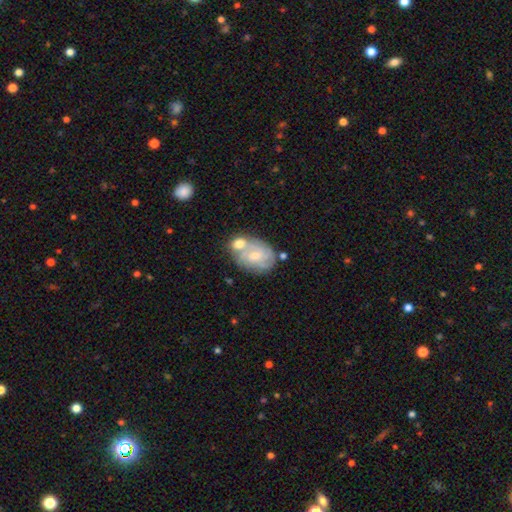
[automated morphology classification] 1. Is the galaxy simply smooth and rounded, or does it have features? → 68% featured or disk, 25% smooth, 7% star or artifact.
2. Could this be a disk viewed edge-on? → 97% no, 3% yes.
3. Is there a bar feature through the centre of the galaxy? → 60% no, 35% weak, 5% strong.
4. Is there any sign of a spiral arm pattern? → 88% yes, 12% no.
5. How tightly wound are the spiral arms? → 58% tight, 32% medium, 10% loose.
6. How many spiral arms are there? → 35% can't tell, 23% 3, 21% 4, 11% 2, 6% more than 4, 5% 1.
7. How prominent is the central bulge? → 55% small, 37% moderate, 5% none, 2% large, 1% dominant.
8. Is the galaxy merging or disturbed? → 43% none, 35% merger, 16% minor disturbance, 7% major disturbance.